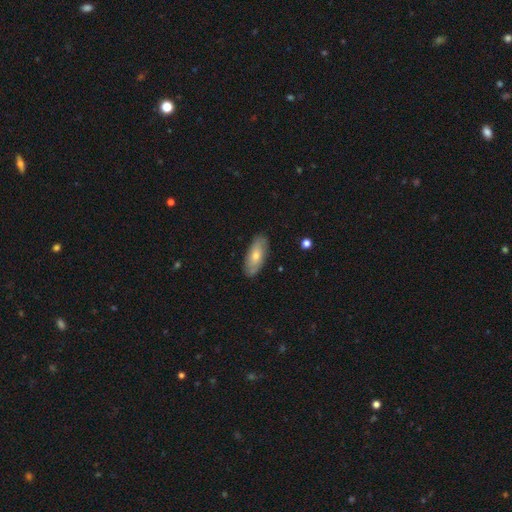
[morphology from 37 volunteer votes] This appears to be a featured or disk galaxy (59%) with no bar (75%), tight (60%) spiral arms (62%) and a moderate central bulge (56%). Merging: none (94%).